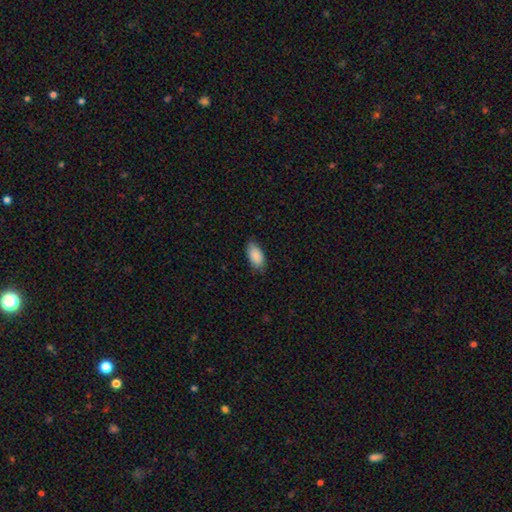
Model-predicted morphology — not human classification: This is clearly a smooth galaxy (89%). How rounded: clearly in between (94%). Merging: likely none (77%).